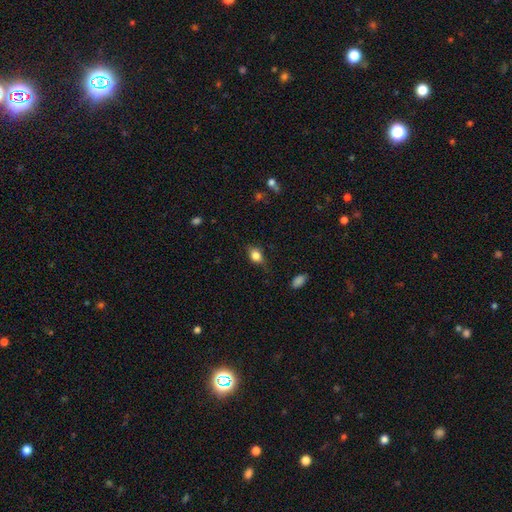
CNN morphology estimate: smooth 78%, featured or disk 13%, star or artifact 9%. Down the decision tree: how rounded — in between (69%); merging — none (72%).